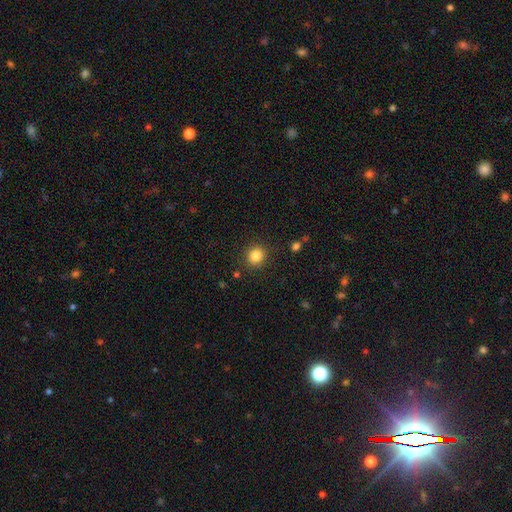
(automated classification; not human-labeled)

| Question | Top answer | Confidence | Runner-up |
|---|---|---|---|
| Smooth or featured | smooth | 84% | star or artifact (11%) |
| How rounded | round | 83% | in between (16%) |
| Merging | none | 88% | minor disturbance (8%) |